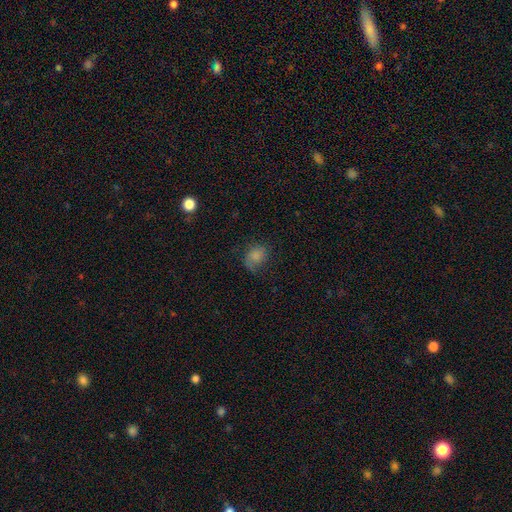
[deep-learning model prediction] This is likely a smooth galaxy (73%). How rounded: possibly in between (50%). Merging: possibly none (59%).